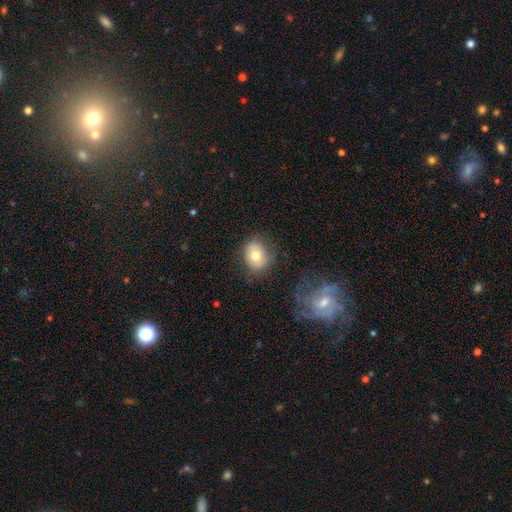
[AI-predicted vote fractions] Smooth or featured: smooth — 73% (featured or disk — 18%)
How rounded: round — 56% (in between — 43%)
Merging: none — 76% (minor disturbance — 16%)